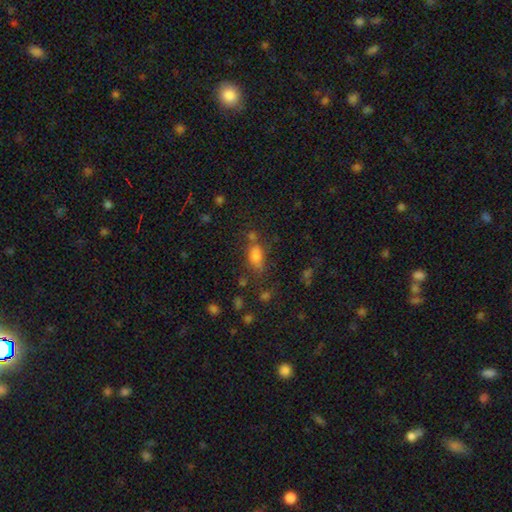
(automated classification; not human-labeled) The model was most divided on "merging": none: 52%, minor disturbance: 21%, merger: 17%, major disturbance: 10%. More confident: how rounded — in between (79%); smooth or featured — smooth (73%).